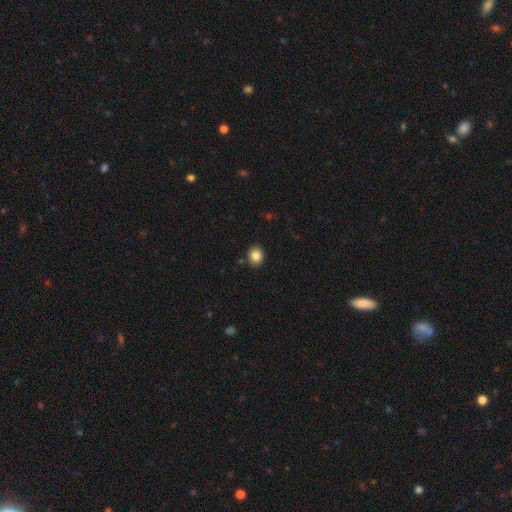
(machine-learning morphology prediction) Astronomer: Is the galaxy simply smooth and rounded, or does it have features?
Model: smooth — 84%.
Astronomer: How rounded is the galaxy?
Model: round — 62%.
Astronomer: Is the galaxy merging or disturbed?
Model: none — 89%.